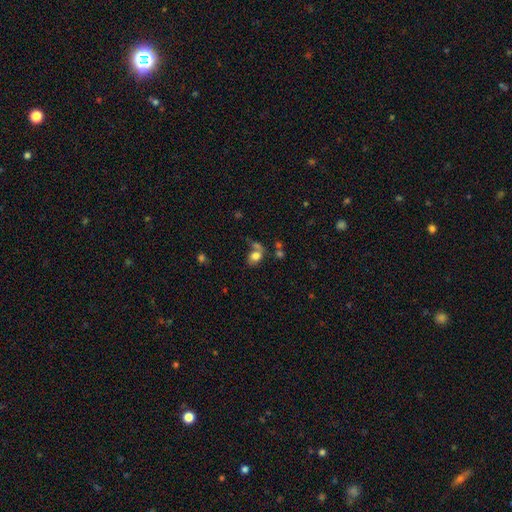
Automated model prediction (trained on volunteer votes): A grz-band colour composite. It shows a smooth galaxy with no disk features (76%) that is in between round and cigar-shaped (70%). Merging: none (42%).